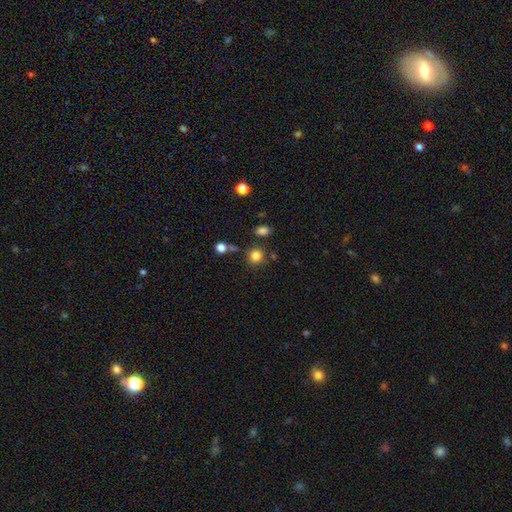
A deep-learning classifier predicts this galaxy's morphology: This appears to be a smooth galaxy with no disk features (82%) that is round (89%). Merging: none (81%).